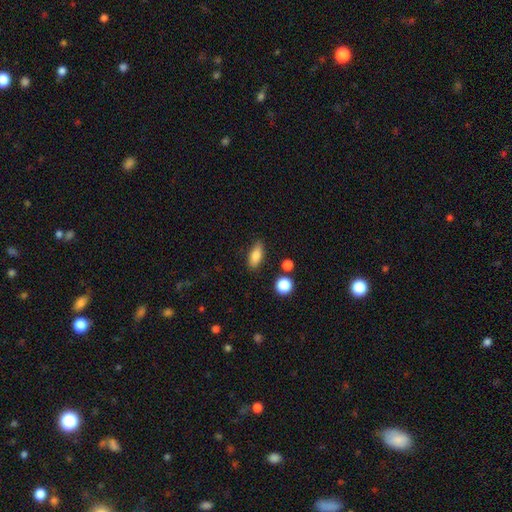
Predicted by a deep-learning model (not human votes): Morphology: type=smooth (82%); roundness=in between (75%); merging=none (82%).